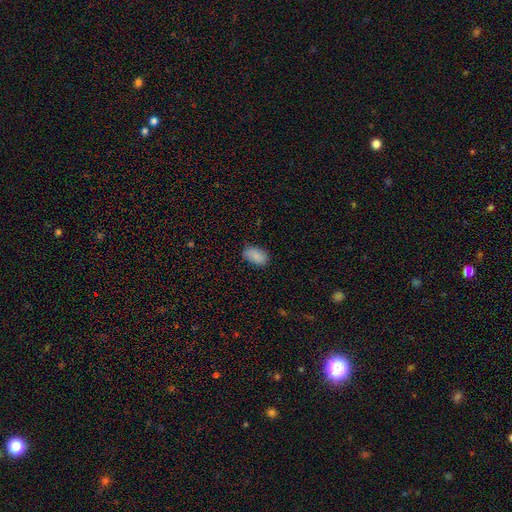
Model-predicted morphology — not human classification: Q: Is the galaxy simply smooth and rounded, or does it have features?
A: smooth — 85%.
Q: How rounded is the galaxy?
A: in between — 92%.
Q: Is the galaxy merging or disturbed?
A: none — 79%.